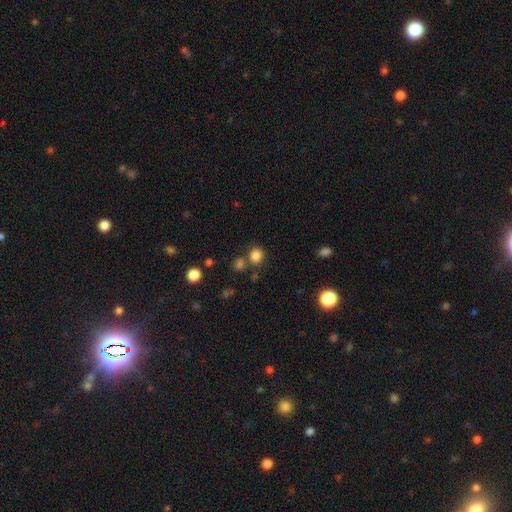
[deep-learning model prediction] This appears to be a smooth galaxy with no disk features (82%) that is round (68%). Merging: none (69%).